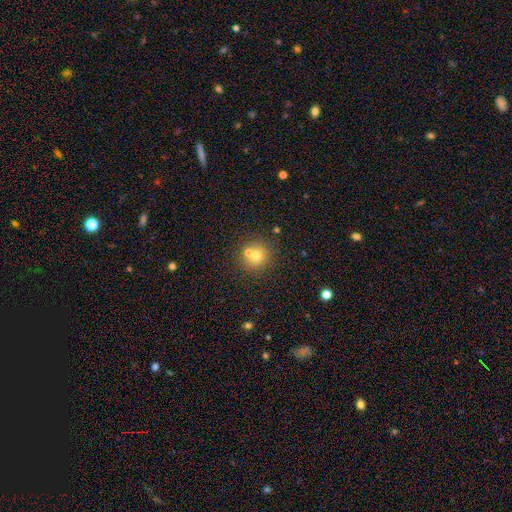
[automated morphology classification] A smooth galaxy with no disk features (71%) that is round (90%).

Vote fractions:
- Smooth or featured? smooth: 71% / featured or disk: 15% / star or artifact: 14%
- How rounded? round: 90% / in between: 9% / cigar-shaped: 1%
- Merging? none: 62% / merger: 28% / minor disturbance: 8% / major disturbance: 3%